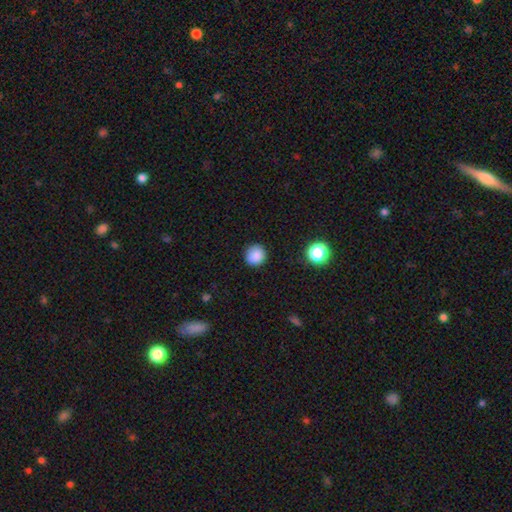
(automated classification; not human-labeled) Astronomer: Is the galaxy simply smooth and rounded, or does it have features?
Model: smooth — 86%.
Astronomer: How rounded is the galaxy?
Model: round — 91%.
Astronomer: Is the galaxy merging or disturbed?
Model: none — 89%.